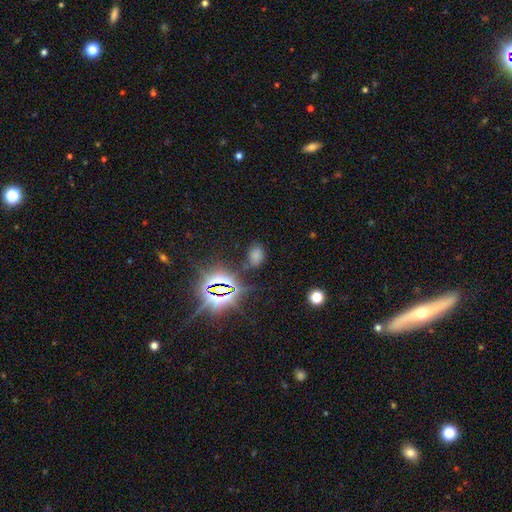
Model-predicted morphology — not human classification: type=smooth (57%); roundness=in between (77%); merging=none (71%).